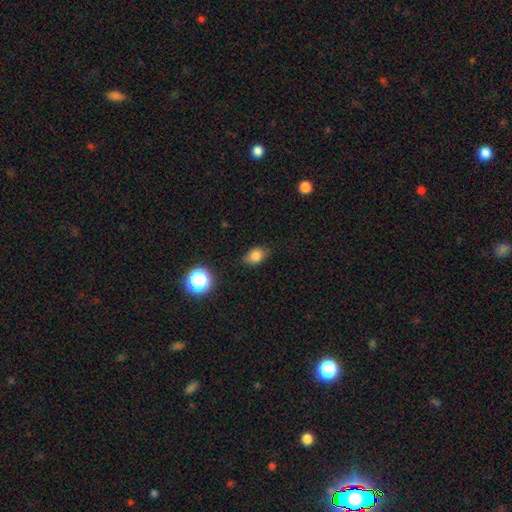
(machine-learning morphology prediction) Q: Smooth or featured?
A: smooth (80%); runner-up: star or artifact (12%)
Q: How rounded?
A: in between (68%); runner-up: round (30%)
Q: Merging?
A: none (77%); runner-up: minor disturbance (18%)